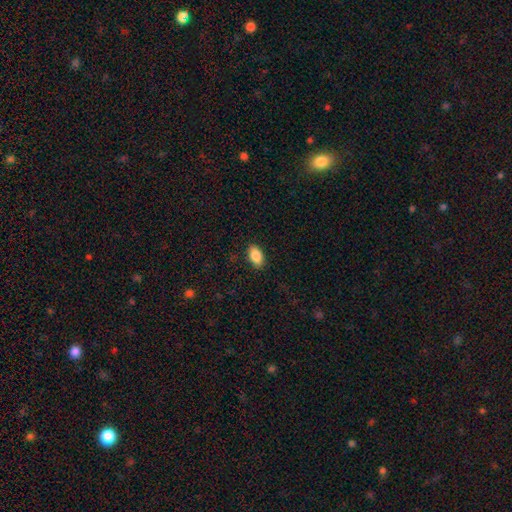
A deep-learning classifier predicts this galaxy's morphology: A smooth galaxy with no disk features (88%) that is in between round and cigar-shaped (93%). Merging: none (89%).